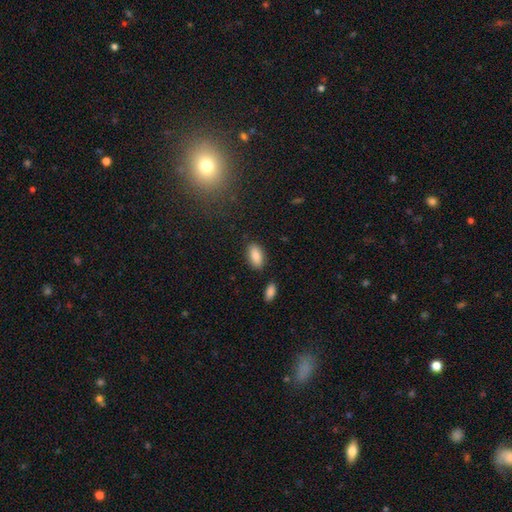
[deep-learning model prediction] Smooth or featured: smooth — 86% (star or artifact — 7%)
How rounded: in between — 91% (cigar-shaped — 6%)
Merging: none — 83% (minor disturbance — 11%)